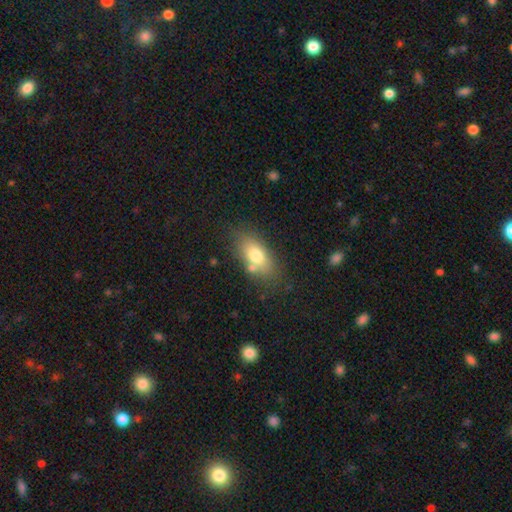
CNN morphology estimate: This is likely a smooth galaxy (75%). How rounded: clearly in between (86%). Merging: likely none (71%).